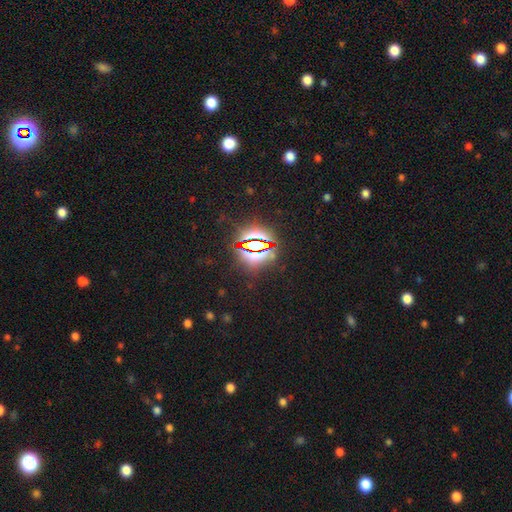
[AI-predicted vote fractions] Smooth or featured?
  - star or artifact: 82% *
  - smooth: 10%
  - featured or disk: 8%